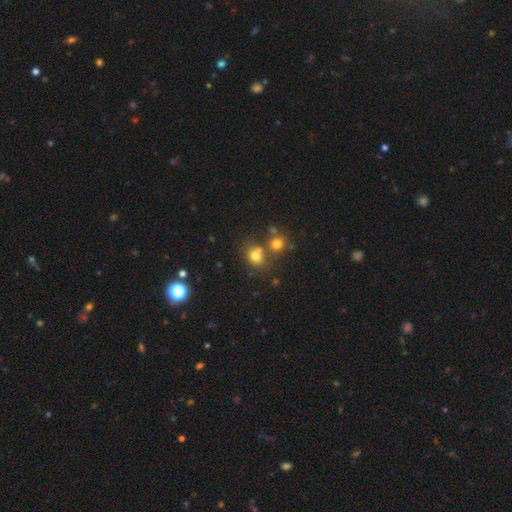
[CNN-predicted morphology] Smooth or featured: smooth — 74% (star or artifact — 17%)
How rounded: round — 69% (in between — 30%)
Merging: none — 55% (merger — 30%)